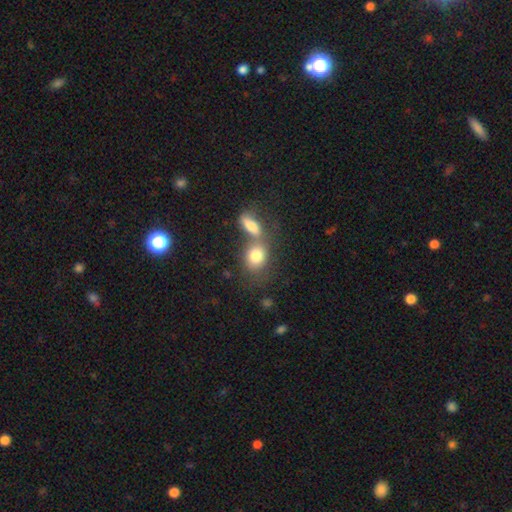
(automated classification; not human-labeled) The model was most divided on "how rounded": in between: 54%, round: 44%, cigar-shaped: 3%. Remaining: smooth or featured — smooth (79%); merging — merger (49%).